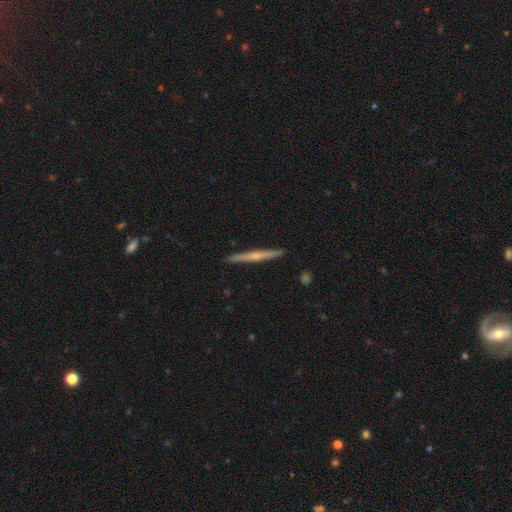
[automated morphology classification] Smooth or featured: featured or disk — 58% (smooth — 36%)
Edge-on disk: yes — 98% (no — 2%)
Edge-on bulge: rounded — 52% (none — 42%)
Merging: none — 92% (minor disturbance — 6%)